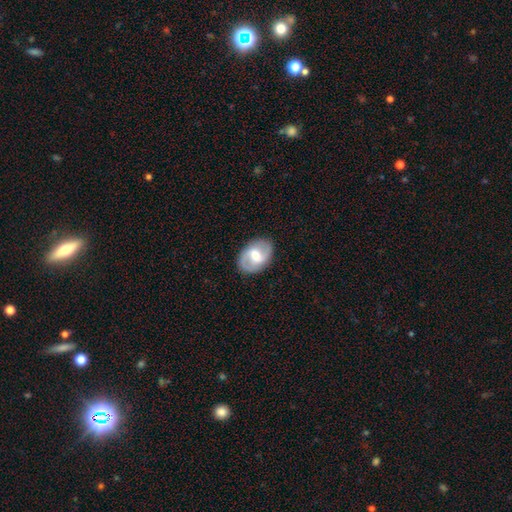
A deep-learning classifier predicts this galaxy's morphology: A featured or disk galaxy (70%) with a weak bar (53%), 2 (88%) medium (47%) spiral arms (83%) and a moderate central bulge (66%). Merging: none (86%).